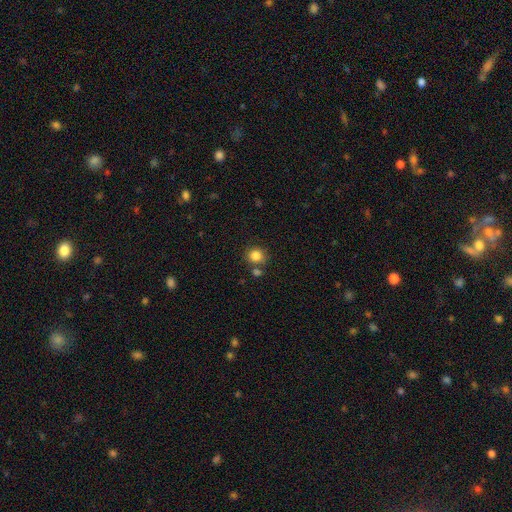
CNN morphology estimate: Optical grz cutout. It shows a smooth galaxy with no disk features (84%) that is round (86%). Merging: none (73%).